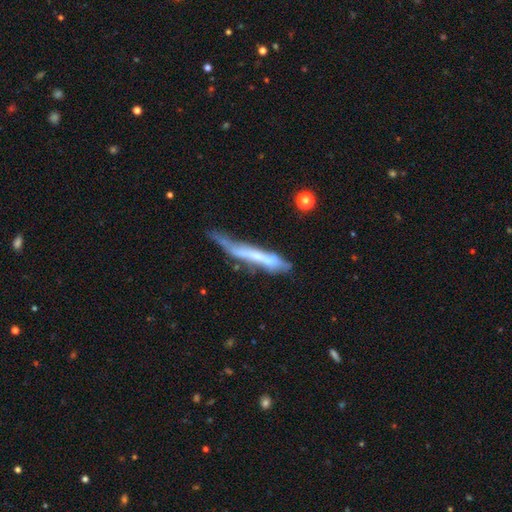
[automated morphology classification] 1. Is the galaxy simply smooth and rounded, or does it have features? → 54% featured or disk, 39% smooth, 8% star or artifact.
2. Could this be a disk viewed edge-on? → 70% yes, 30% no.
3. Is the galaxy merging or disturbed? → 33% none, 31% minor disturbance, 24% major disturbance, 12% merger.